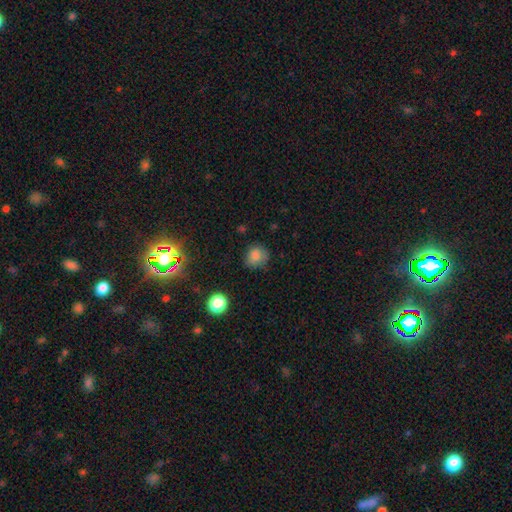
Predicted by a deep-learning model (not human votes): This is clearly a smooth galaxy (82%). How rounded: likely round (79%). Merging: likely none (70%).